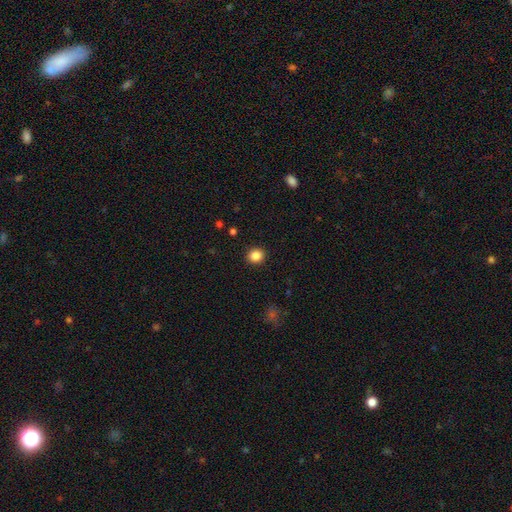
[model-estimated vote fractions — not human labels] Smooth or featured?
  - smooth: 85% *
  - star or artifact: 11%
  - featured or disk: 4%
How rounded?
  - round: 85% *
  - in between: 15%
  - cigar-shaped: 1%
Merging?
  - none: 92% *
  - minor disturbance: 5%
  - major disturbance: 2%
  - merger: 1%